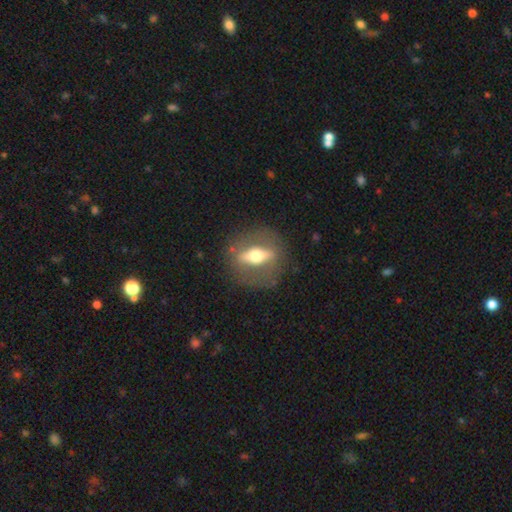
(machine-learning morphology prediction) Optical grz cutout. It shows a featured or disk galaxy (68%). Merging: none (80%).